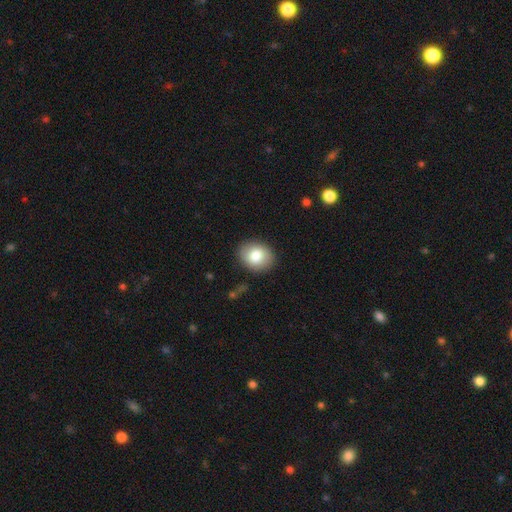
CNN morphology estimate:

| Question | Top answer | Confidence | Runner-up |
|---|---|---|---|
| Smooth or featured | smooth | 82% | featured or disk (11%) |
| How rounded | in between | 55% | round (44%) |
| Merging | none | 87% | minor disturbance (9%) |